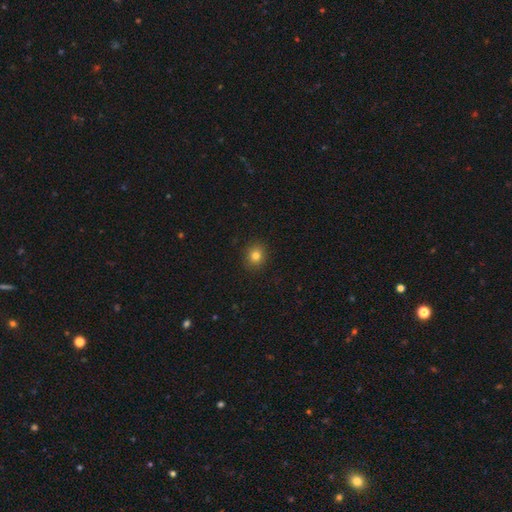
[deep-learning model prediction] smooth_or_featured: smooth (p=0.81) [alt: star or artifact p=0.13]
how_rounded: round (p=0.81) [alt: in between p=0.18]
merging: none (p=0.91) [alt: minor disturbance p=0.06]